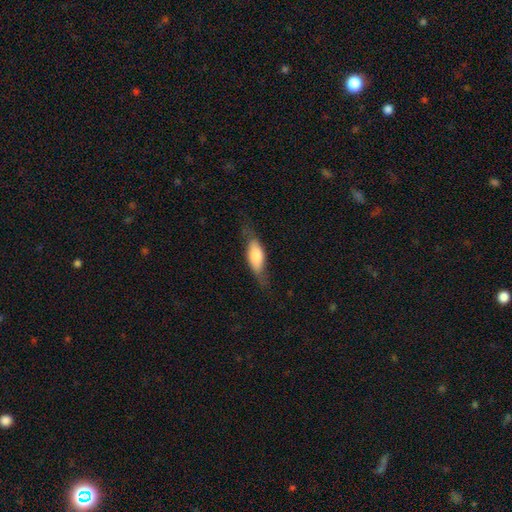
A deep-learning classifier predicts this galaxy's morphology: This appears to be a smooth galaxy with no disk features (66%) that is in between round and cigar-shaped (71%). Merging: none (64%).